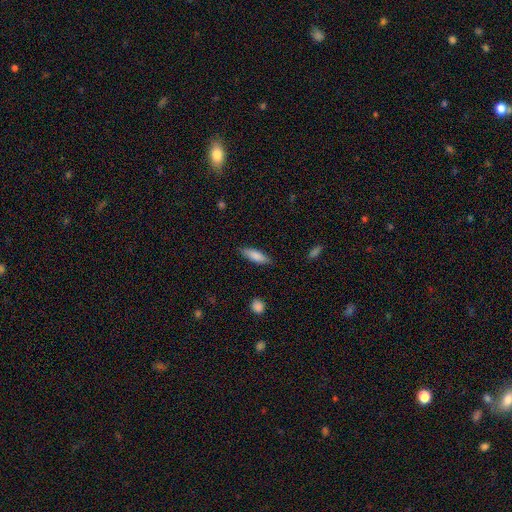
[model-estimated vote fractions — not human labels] This appears to be a smooth galaxy with no disk features (82%) that is in between round and cigar-shaped (50%). Merging: none (84%).